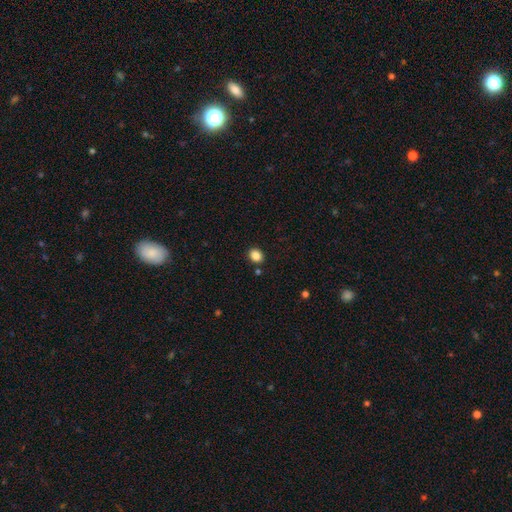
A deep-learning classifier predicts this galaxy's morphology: type=smooth (86%); roundness=round (56%); merging=none (87%).